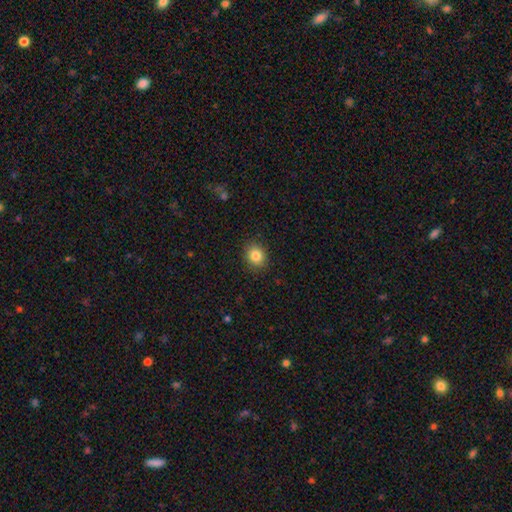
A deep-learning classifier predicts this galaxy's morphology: smooth_or_featured: smooth (p=0.84) [alt: star or artifact p=0.10]
how_rounded: round (p=0.65) [alt: in between p=0.34]
merging: none (p=0.89) [alt: minor disturbance p=0.08]